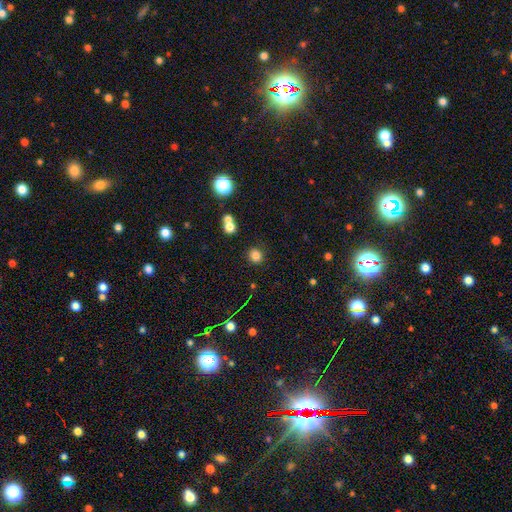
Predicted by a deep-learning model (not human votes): A smooth galaxy with no disk features (81%) that is round (85%). Merging: none (83%).